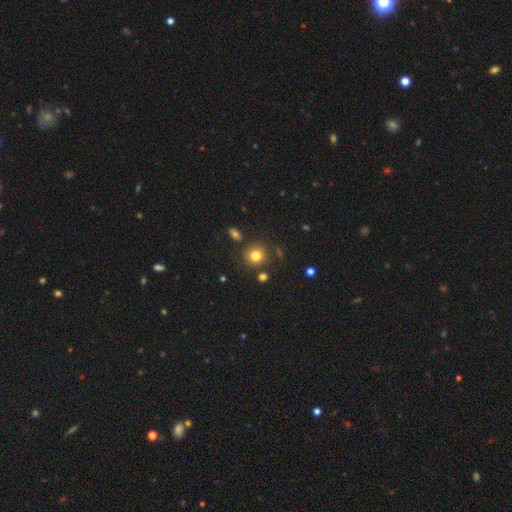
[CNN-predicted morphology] Overall: smooth (80%). How rounded: round (90%). Merging: none (83%).